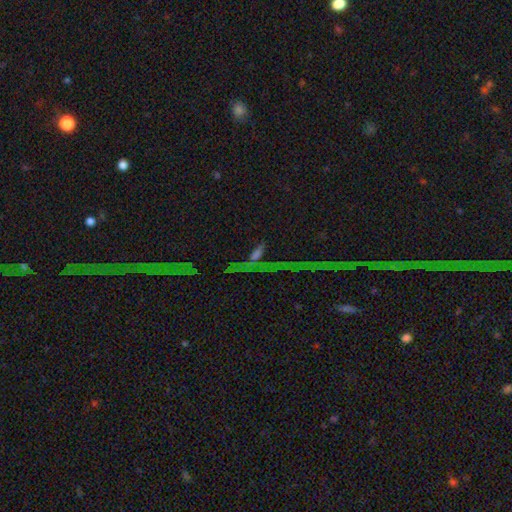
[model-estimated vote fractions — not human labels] Smooth or featured? Predicted: star or artifact (p=0.56).